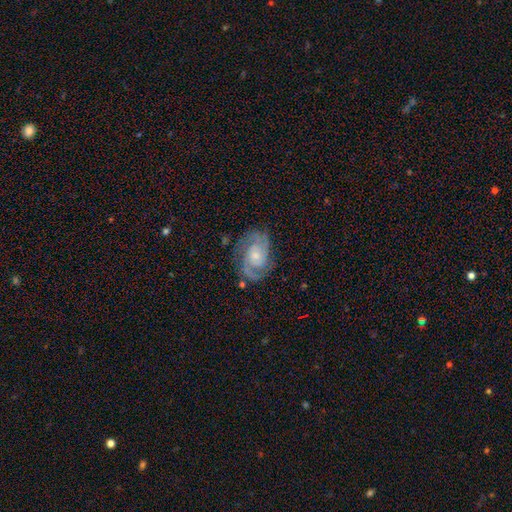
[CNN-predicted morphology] featured or disk 87%, smooth 7%, star or artifact 5%. Down the decision tree: edge-on disk — no (98%); bar — no (68%); spiral arms — yes (97%); spiral arm count — 2 (74%); spiral winding — medium (45%, tied with tight); bulge size — small (60%); merging — none (74%).